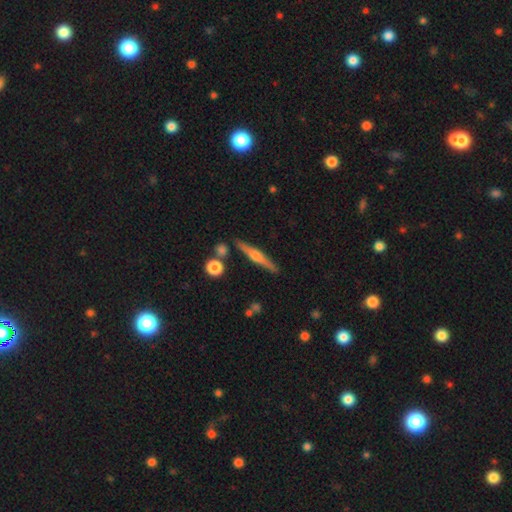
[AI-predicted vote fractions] This is likely a featured or disk galaxy (69%). It is clearly viewed edge-on (97%). Edge-on bulge: clearly rounded (88%). Merging: clearly none (87%).